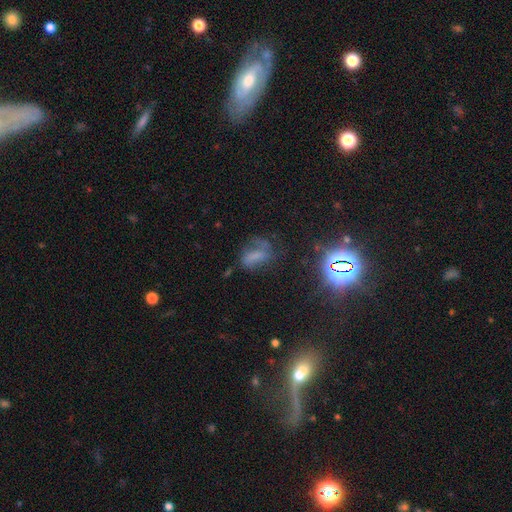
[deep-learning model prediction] Q: Smooth or featured?
A: smooth (40%); runner-up: star or artifact (30%)
Q: Merging?
A: none (40%); runner-up: major disturbance (30%)